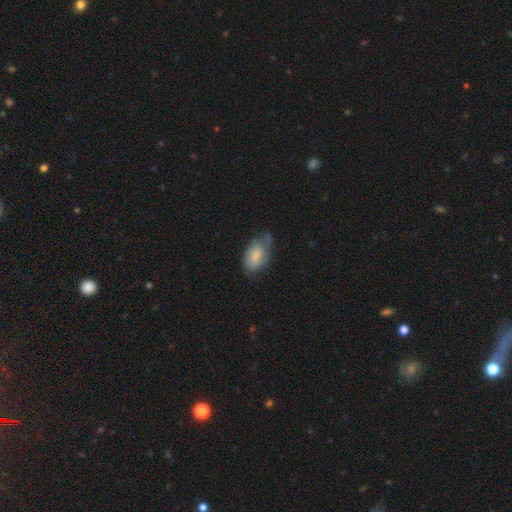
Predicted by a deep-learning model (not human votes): Overall: smooth (71%). How rounded: in between (91%). Merging: none (42%; minor disturbance 39%).